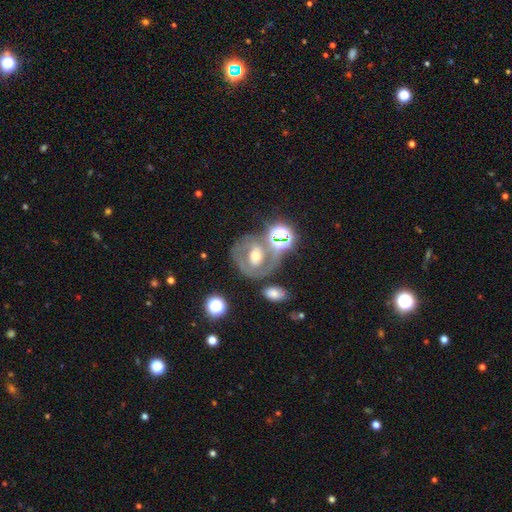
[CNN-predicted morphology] Smooth or featured?
  - featured or disk: 61% *
  - smooth: 26%
  - star or artifact: 13%
Edge-on disk?
  - no: 95% *
  - yes: 5%
Bar?
  - no: 47% *
  - weak: 31%
  - strong: 22%
Spiral arms?
  - no: 56% *
  - yes: 44%
Bulge size?
  - moderate: 65% *
  - small: 19%
  - large: 12%
  - none: 2%
  - dominant: 2%
Merging?
  - none: 58% *
  - minor disturbance: 16%
  - merger: 14%
  - major disturbance: 12%